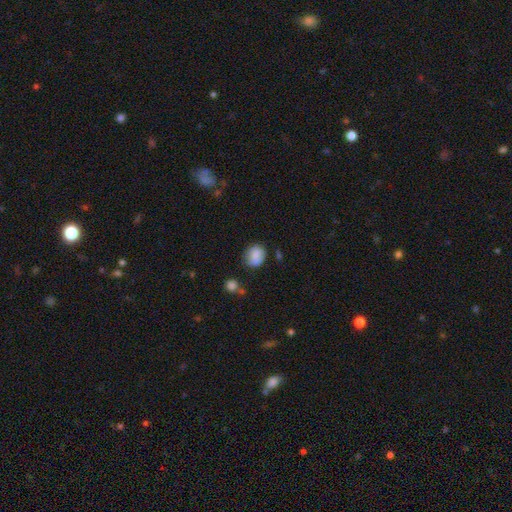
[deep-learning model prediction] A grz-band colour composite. It shows a smooth galaxy with no disk features (81%) that is round (58%). Merging: none (66%).